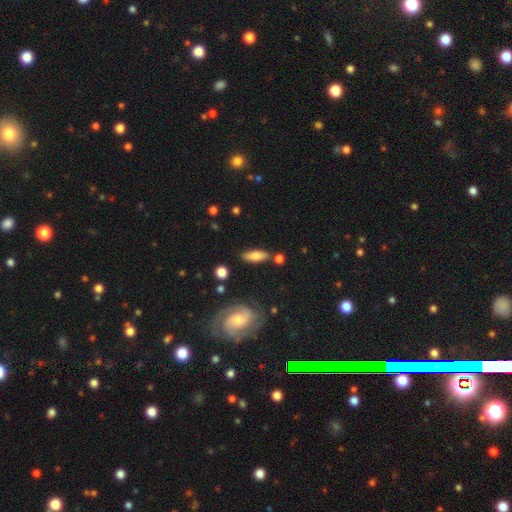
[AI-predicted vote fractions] Smooth or featured?
  - smooth: 69% *
  - featured or disk: 24%
  - star or artifact: 7%
How rounded?
  - in between: 60% *
  - cigar-shaped: 37%
  - round: 3%
Merging?
  - none: 78% *
  - minor disturbance: 13%
  - merger: 6%
  - major disturbance: 3%